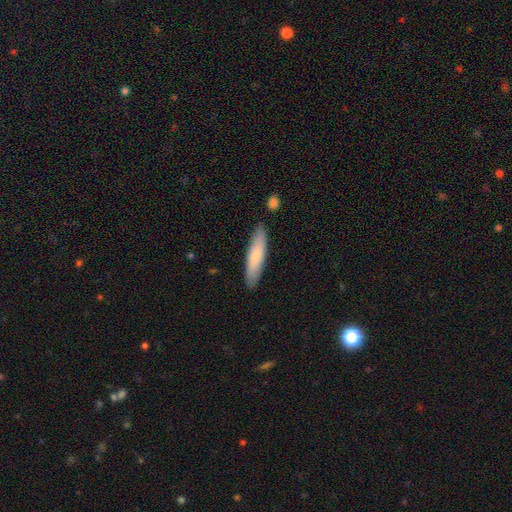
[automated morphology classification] smooth 78%, featured or disk 17%, star or artifact 5%. Down the decision tree: how rounded — cigar-shaped (76%); merging — none (84%).